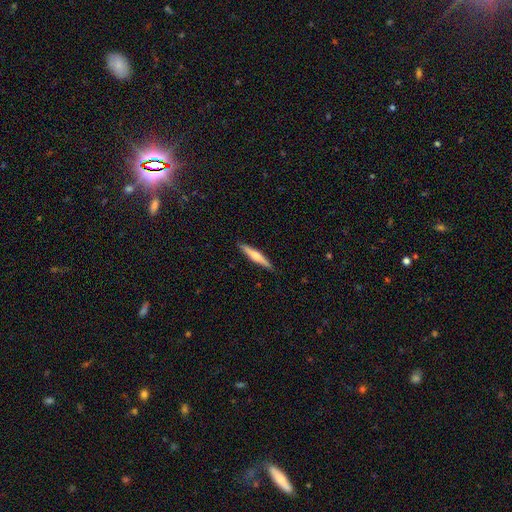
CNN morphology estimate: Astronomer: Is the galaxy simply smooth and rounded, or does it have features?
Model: featured or disk — 51% (runner-up: smooth, 43%).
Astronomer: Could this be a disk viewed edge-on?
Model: yes — 97%.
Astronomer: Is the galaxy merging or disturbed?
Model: none — 90%.